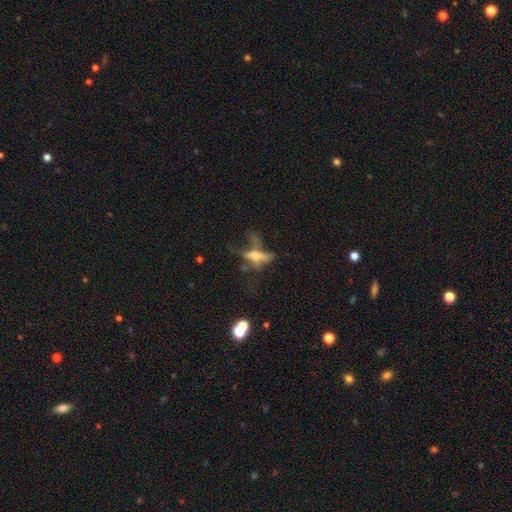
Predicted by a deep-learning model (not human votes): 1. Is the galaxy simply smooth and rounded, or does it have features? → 46% featured or disk, 37% smooth, 17% star or artifact.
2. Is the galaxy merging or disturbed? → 44% major disturbance, 29% none, 15% minor disturbance, 12% merger.